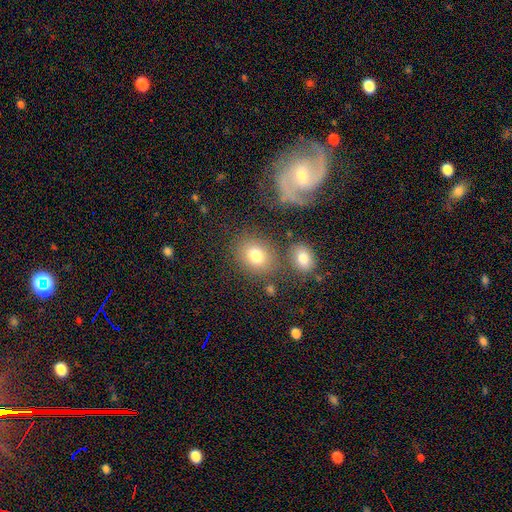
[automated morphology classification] A smooth galaxy with no disk features (78%) that is in between round and cigar-shaped (50%).

Vote fractions:
- Smooth or featured? smooth: 78% / star or artifact: 12% / featured or disk: 10%
- How rounded? in between: 50% / round: 49% / cigar-shaped: 1%
- Merging? none: 72% / minor disturbance: 12% / merger: 11% / major disturbance: 5%